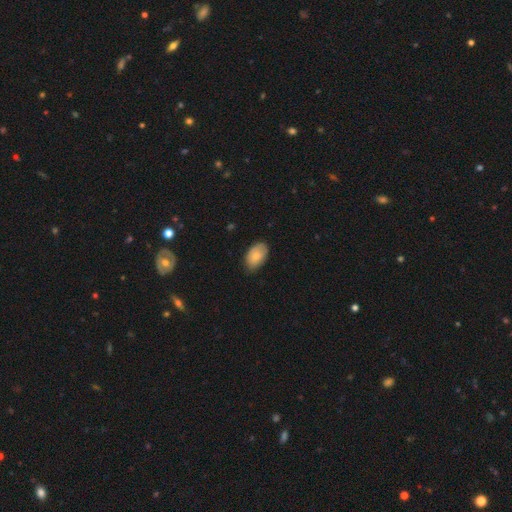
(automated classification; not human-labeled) A smooth galaxy with no disk features (79%) that is in between round and cigar-shaped (92%).

Vote fractions:
- Smooth or featured? smooth: 79% / featured or disk: 15% / star or artifact: 6%
- How rounded? in between: 92% / round: 6% / cigar-shaped: 1%
- Merging? none: 74% / minor disturbance: 22% / major disturbance: 3% / merger: 1%